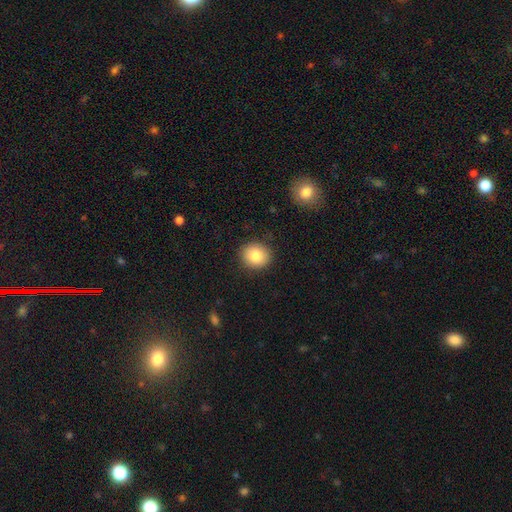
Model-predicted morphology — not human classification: Smooth or featured: smooth — 83% (star or artifact — 9%)
How rounded: round — 80% (in between — 19%)
Merging: none — 89% (minor disturbance — 8%)